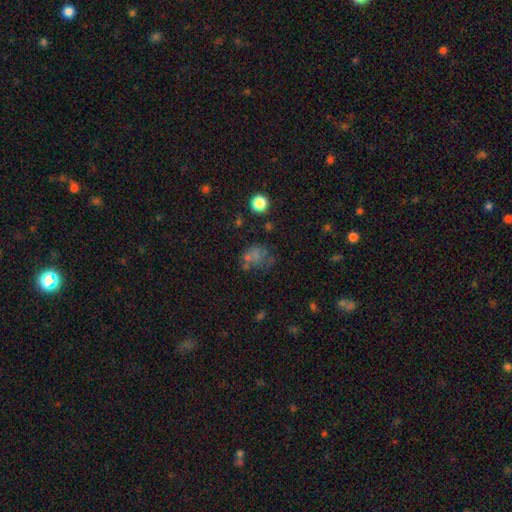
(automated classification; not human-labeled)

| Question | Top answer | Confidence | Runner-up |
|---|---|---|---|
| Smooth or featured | smooth | 44% | star or artifact (30%) |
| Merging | none | 47% | major disturbance (19%) |